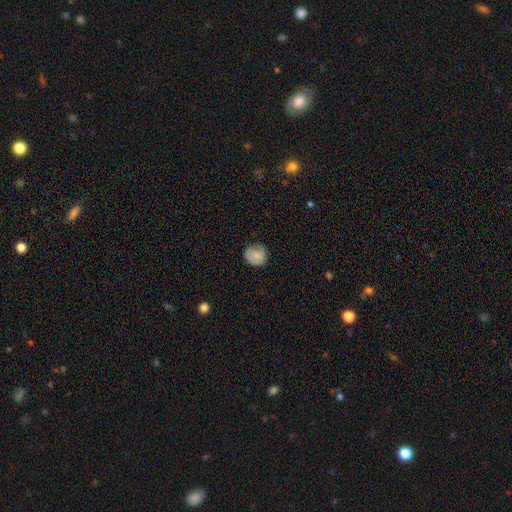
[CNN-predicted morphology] A smooth galaxy with no disk features (80%) that is round (79%). Merging: none (72%).